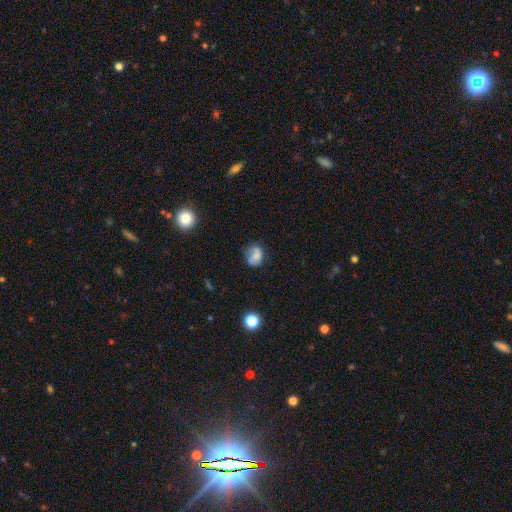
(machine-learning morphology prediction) smooth-or-featured: smooth: 67% | featured or disk: 22% | star or artifact: 11%
  how-rounded: in between: 52% | round: 47% | cigar-shaped: 1%
  merging: none: 45% | minor disturbance: 32% | major disturbance: 18% | merger: 6%